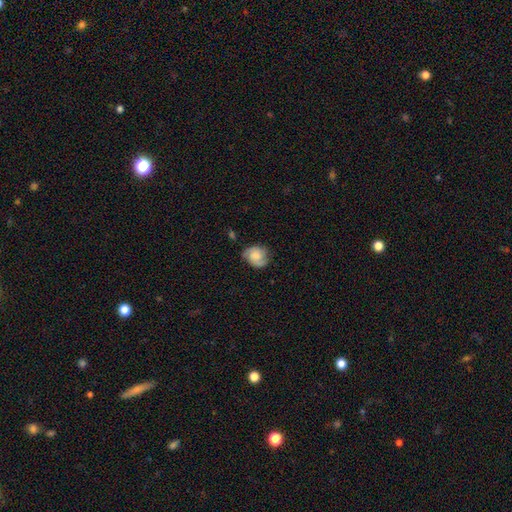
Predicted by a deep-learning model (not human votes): Smooth or featured? Predicted: featured or disk (p=0.57). Edge-on disk? Predicted: no (p=0.97). Bar? Predicted: no (p=0.64). Spiral arms? Predicted: yes (p=0.92). Spiral winding? Predicted: medium (p=0.43). Spiral arm count? Predicted: 2 (p=0.74). Bulge size? Predicted: moderate (p=0.40). Merging? Predicted: none (p=0.70).